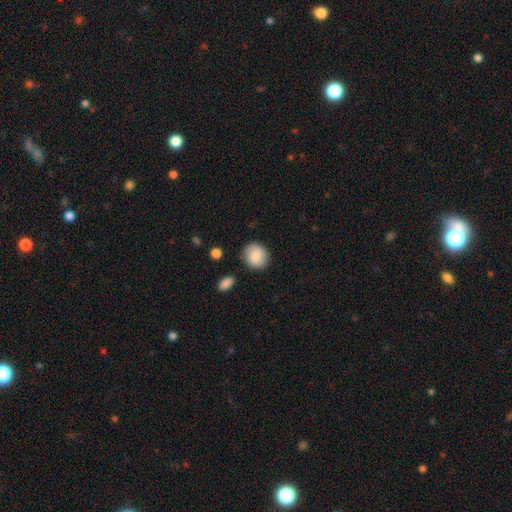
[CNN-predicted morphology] A smooth galaxy with no disk features (84%) that is round (82%). Merging: none (83%).